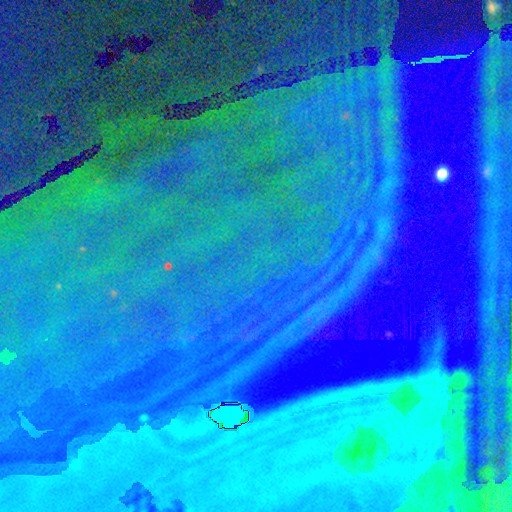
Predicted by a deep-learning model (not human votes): Morphology: type=star or artifact (86%).